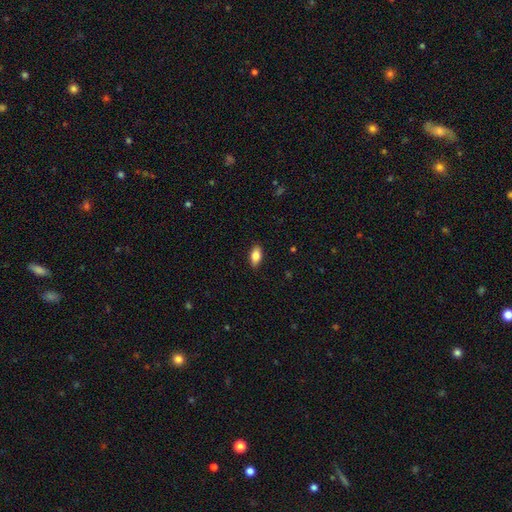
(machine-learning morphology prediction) Overall: smooth (84%). How rounded: in between (89%). Merging: none (89%).